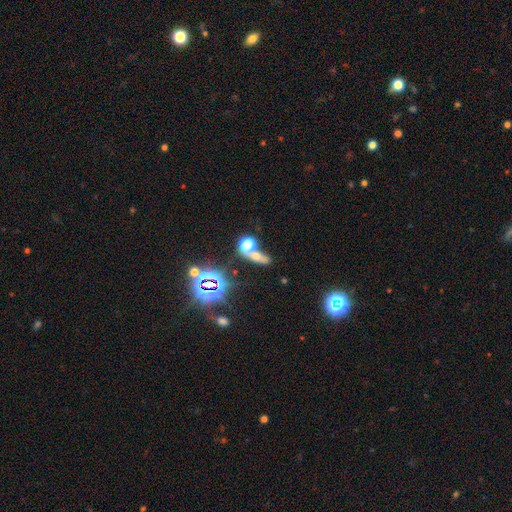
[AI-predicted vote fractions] Overall: smooth (51%; star or artifact 32%). How rounded: in between (52%; round 30%). Merging: merger (41%, tied with none).